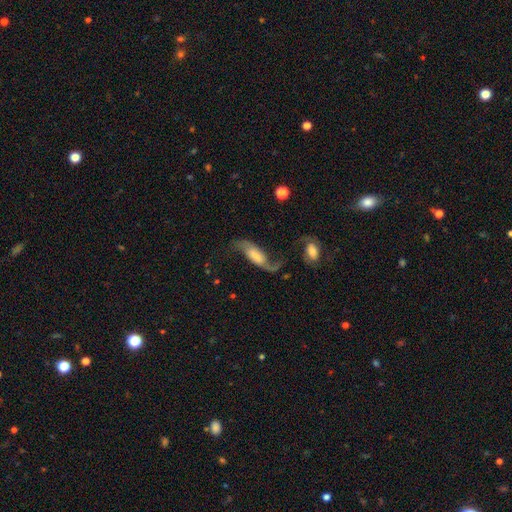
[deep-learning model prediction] Q: Smooth or featured?
A: featured or disk (75%); runner-up: smooth (18%)
Q: Edge-on disk?
A: no (92%); runner-up: yes (8%)
Q: Bar?
A: weak (41%); runner-up: no (36%)
Q: Spiral arms?
A: yes (93%); runner-up: no (7%)
Q: Spiral winding?
A: loose (84%); runner-up: medium (12%)
Q: Spiral arm count?
A: 2 (89%); runner-up: 1 (5%)
Q: Bulge size?
A: none (25%); tied with: large (25%)
Q: Merging?
A: none (49%); runner-up: major disturbance (21%)